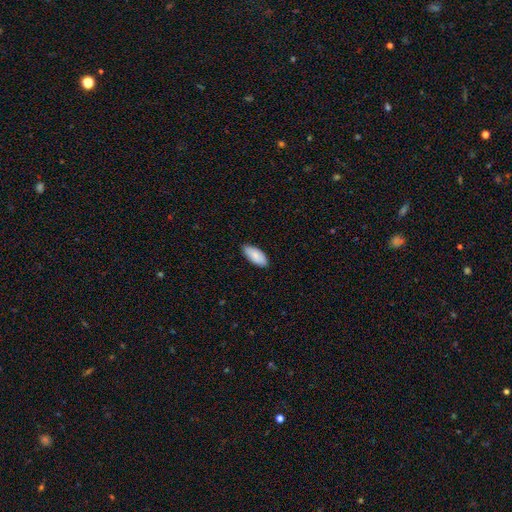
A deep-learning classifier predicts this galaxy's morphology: Smooth or featured? smooth (84%)
How rounded? in between (92%)
Merging? none (85%)